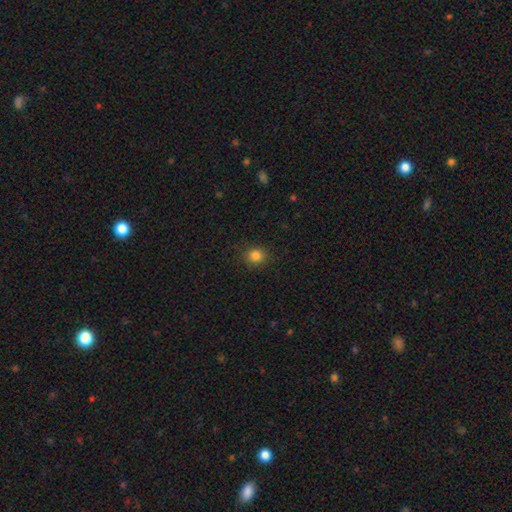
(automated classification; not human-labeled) Morphology: type=smooth (83%); roundness=round (81%); merging=none (88%).